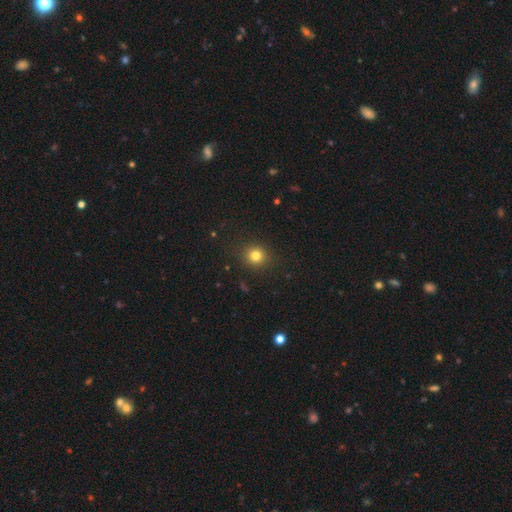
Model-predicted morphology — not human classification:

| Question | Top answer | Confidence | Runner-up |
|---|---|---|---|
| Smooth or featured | smooth | 79% | star or artifact (15%) |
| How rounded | round | 88% | in between (11%) |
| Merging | none | 89% | minor disturbance (7%) |